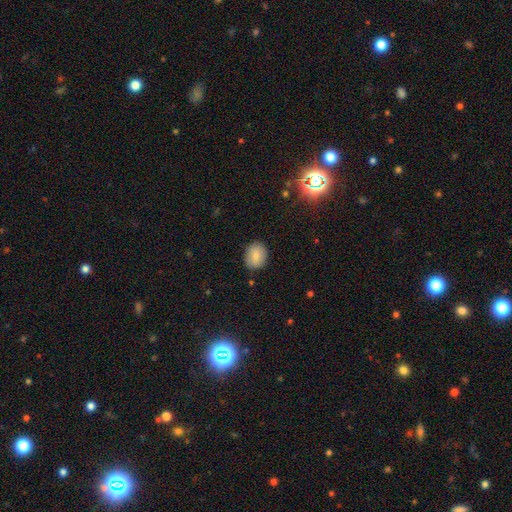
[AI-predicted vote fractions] Smooth or featured? smooth (81%)
How rounded? round (52%)
Merging? none (85%)